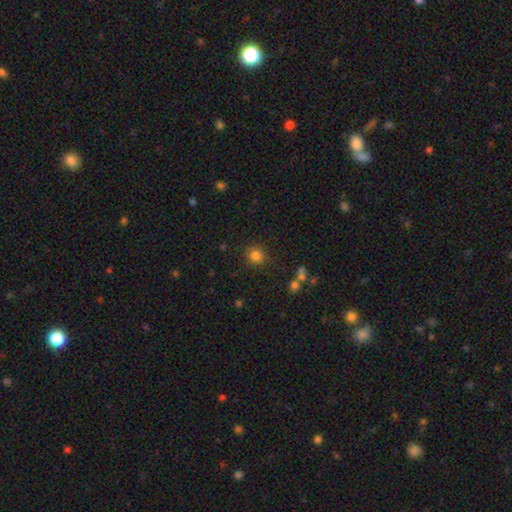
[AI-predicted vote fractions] The model was most divided on "smooth or featured": smooth: 82%, star or artifact: 13%, featured or disk: 5%. More confident: how rounded — round (87%); merging — none (86%).